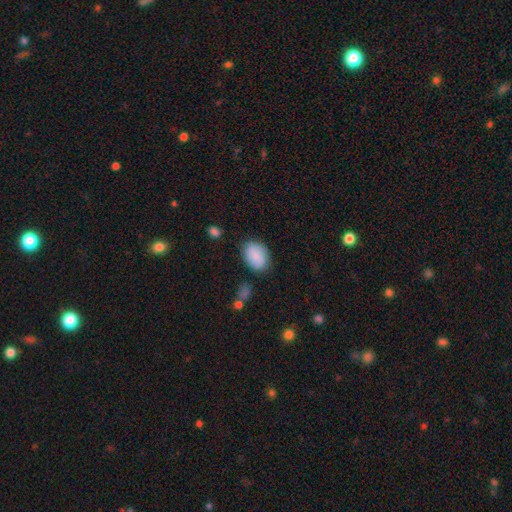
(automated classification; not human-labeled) A smooth galaxy with no disk features (87%) that is in between round and cigar-shaped (82%). Merging: none (77%).